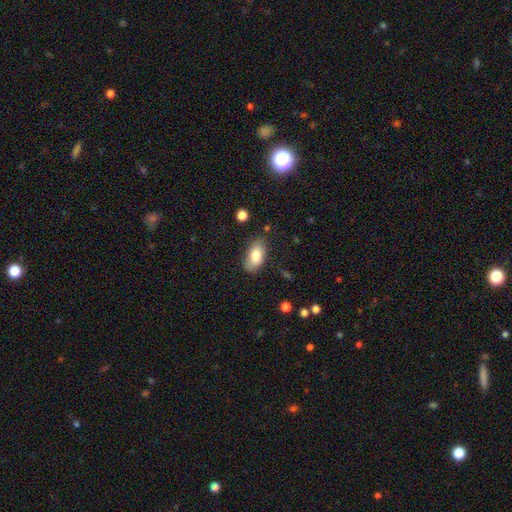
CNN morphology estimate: This is likely a smooth galaxy (79%). How rounded: clearly in between (91%). Merging: likely none (76%).